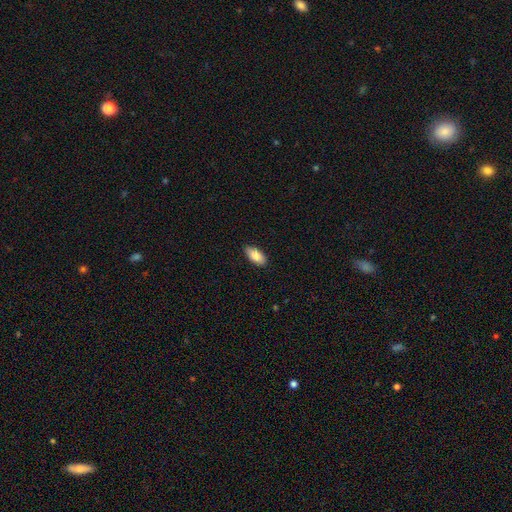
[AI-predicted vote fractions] Smooth or featured? Predicted: smooth (p=0.87). How rounded? Predicted: in between (p=0.91). Merging? Predicted: none (p=0.87).